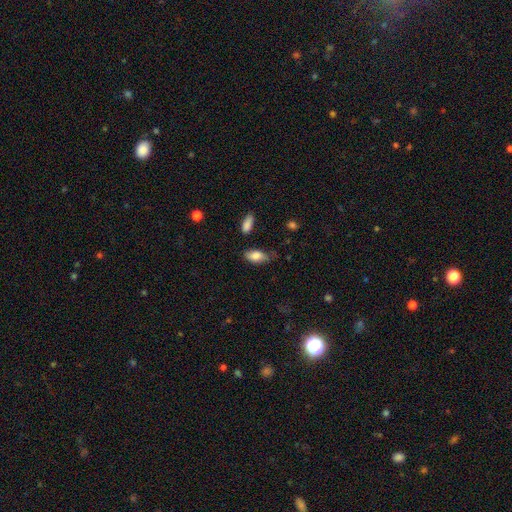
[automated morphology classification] A smooth galaxy with no disk features (81%) that is in between round and cigar-shaped (88%).

Vote fractions:
- Smooth or featured? smooth: 81% / featured or disk: 12% / star or artifact: 7%
- How rounded? in between: 88% / cigar-shaped: 8% / round: 3%
- Merging? none: 59% / minor disturbance: 31% / major disturbance: 7% / merger: 4%